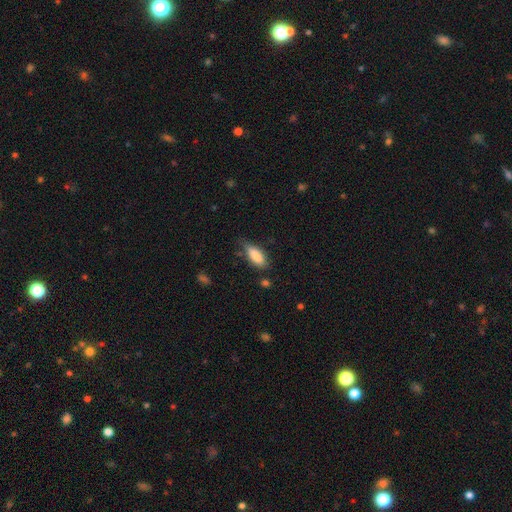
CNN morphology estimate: Q: Smooth or featured?
A: smooth (83%); runner-up: featured or disk (10%)
Q: How rounded?
A: in between (75%); runner-up: cigar-shaped (22%)
Q: Merging?
A: none (63%); runner-up: minor disturbance (28%)